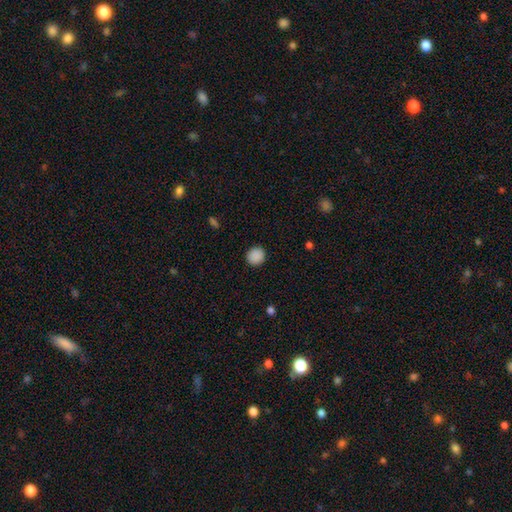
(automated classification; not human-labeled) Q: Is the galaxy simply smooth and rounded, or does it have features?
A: smooth — 89%.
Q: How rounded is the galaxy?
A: round — 91%.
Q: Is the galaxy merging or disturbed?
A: none — 91%.